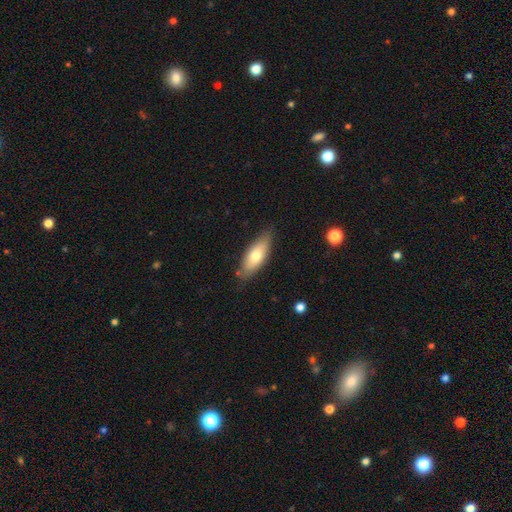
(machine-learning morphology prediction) Q: Smooth or featured?
A: smooth (70%); runner-up: featured or disk (24%)
Q: How rounded?
A: in between (73%); runner-up: cigar-shaped (25%)
Q: Merging?
A: none (79%); runner-up: minor disturbance (16%)